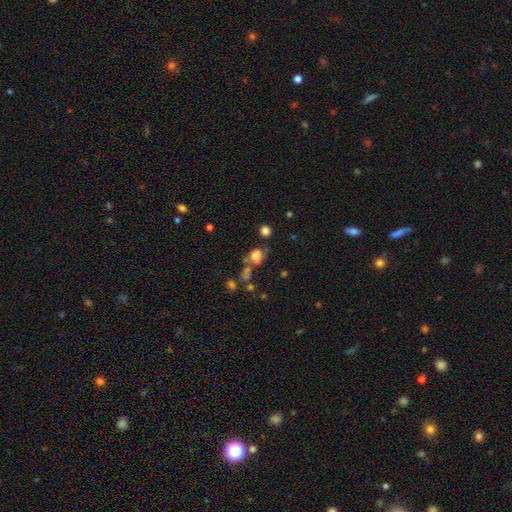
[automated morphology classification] smooth_or_featured: smooth (p=0.71) [alt: star or artifact p=0.16]
how_rounded: round (p=0.64) [alt: in between p=0.34]
merging: none (p=0.45) [alt: merger p=0.25]